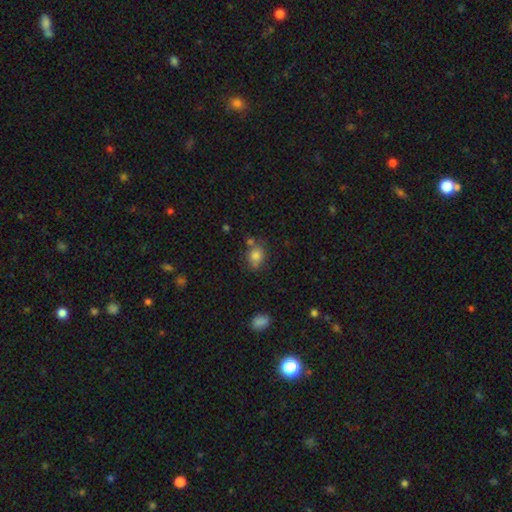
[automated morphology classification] type=smooth (79%); roundness=round (52%); merging=none (59%).